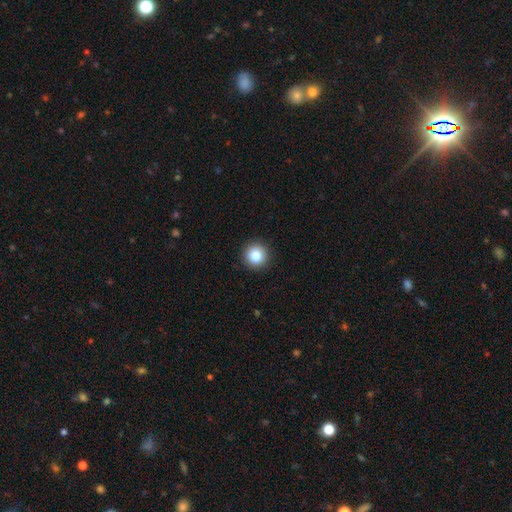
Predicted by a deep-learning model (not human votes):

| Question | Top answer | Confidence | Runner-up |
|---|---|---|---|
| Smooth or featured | smooth | 84% | star or artifact (10%) |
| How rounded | round | 95% | in between (4%) |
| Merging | none | 93% | minor disturbance (5%) |